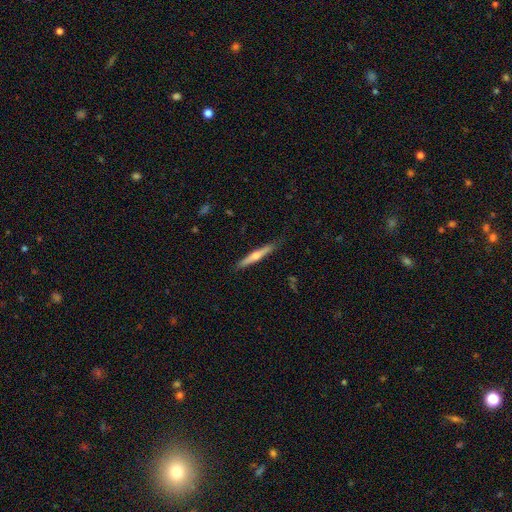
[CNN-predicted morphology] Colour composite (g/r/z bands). It shows a featured or disk galaxy (54%) viewed edge-on (97%) with a rounded central bulge (83%). Merging: none (87%).